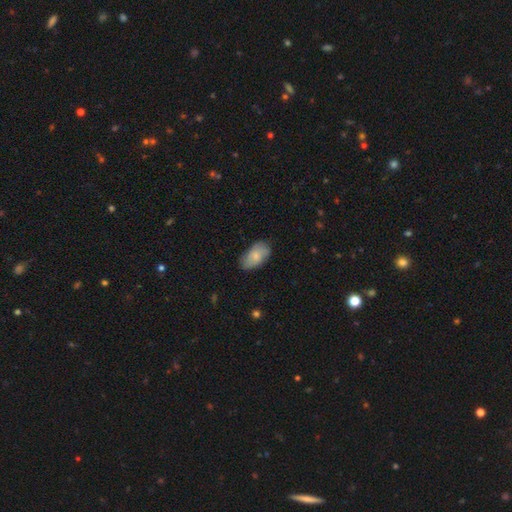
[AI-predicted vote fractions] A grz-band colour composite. It shows a smooth galaxy with no disk features (78%) that is in between round and cigar-shaped (94%). Merging: none (74%).